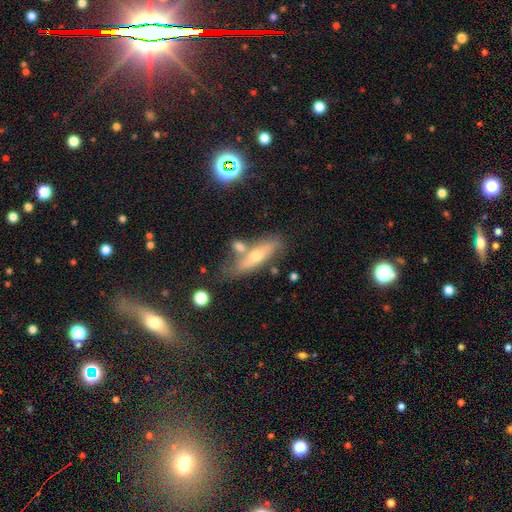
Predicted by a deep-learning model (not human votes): Smooth or featured: featured or disk — 47% (smooth — 45%)
Merging: none — 59% (minor disturbance — 18%)